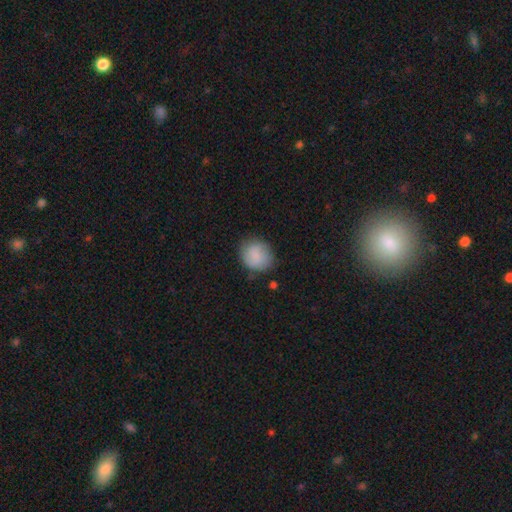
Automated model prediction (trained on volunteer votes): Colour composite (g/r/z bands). It shows a smooth galaxy with no disk features (82%) that is round (74%). Merging: none (74%).